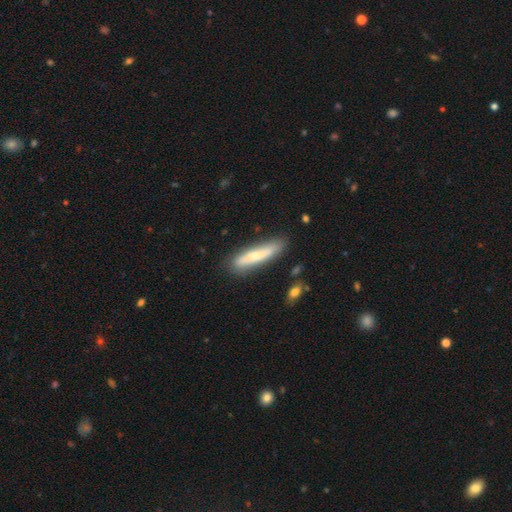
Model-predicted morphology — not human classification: type=smooth (62%); roundness=cigar-shaped (86%); merging=none (76%).